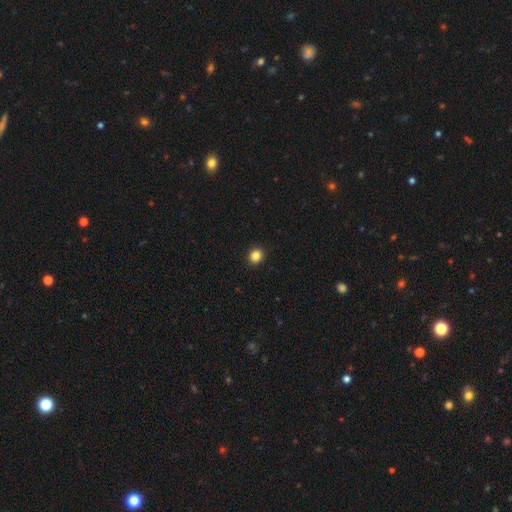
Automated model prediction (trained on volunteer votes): smooth_or_featured: smooth (p=0.85) [alt: star or artifact p=0.11]
how_rounded: round (p=0.76) [alt: in between p=0.23]
merging: none (p=0.92) [alt: minor disturbance p=0.05]